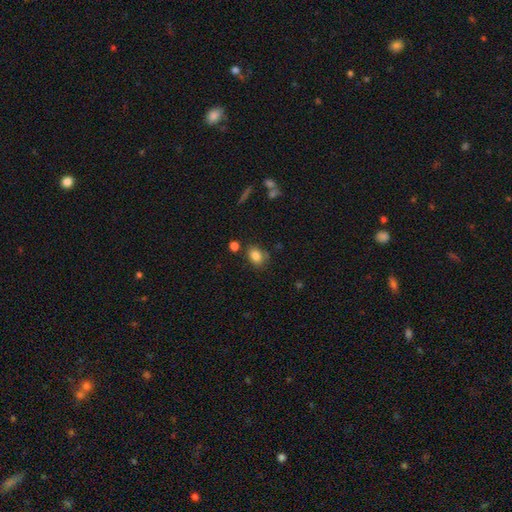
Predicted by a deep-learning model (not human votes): smooth-or-featured: smooth: 84% | star or artifact: 10% | featured or disk: 6%
  how-rounded: in between: 65% | round: 34% | cigar-shaped: 1%
  merging: none: 74% | minor disturbance: 16% | merger: 6% | major disturbance: 4%